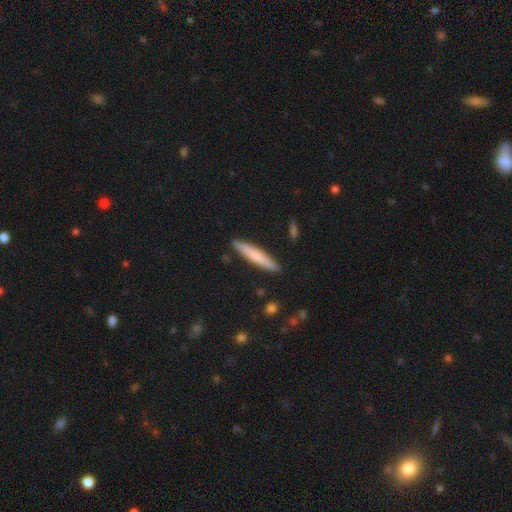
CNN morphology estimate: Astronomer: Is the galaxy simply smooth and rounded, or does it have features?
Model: smooth — 69%.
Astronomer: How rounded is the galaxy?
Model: cigar-shaped — 94%.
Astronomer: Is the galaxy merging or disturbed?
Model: none — 90%.